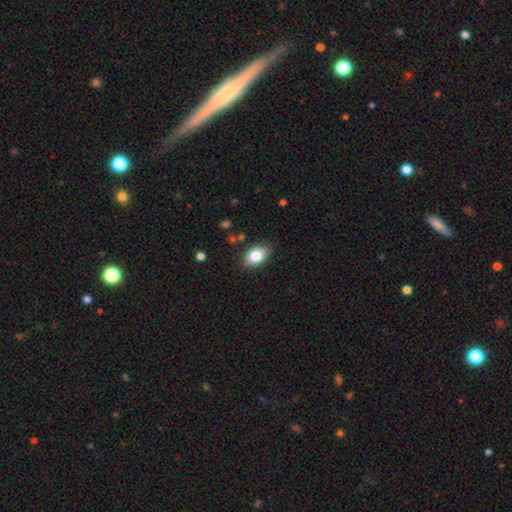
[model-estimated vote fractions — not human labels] Smooth or featured? Predicted: smooth (p=0.83). How rounded? Predicted: in between (p=0.85). Merging? Predicted: none (p=0.85).